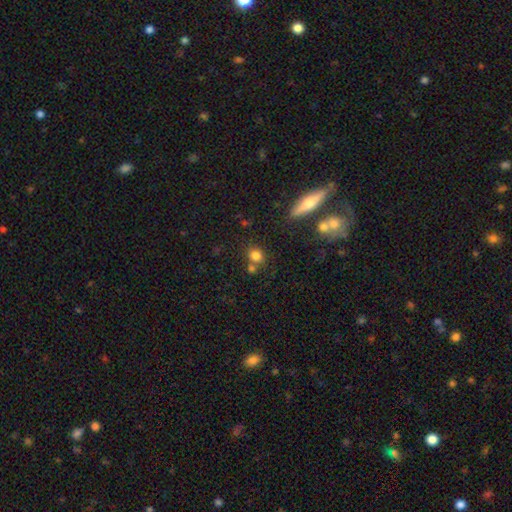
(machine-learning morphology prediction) smooth-or-featured: smooth: 78% | star or artifact: 14% | featured or disk: 8%
  how-rounded: round: 69% | in between: 29% | cigar-shaped: 2%
  merging: none: 61% | merger: 24% | minor disturbance: 11% | major disturbance: 4%